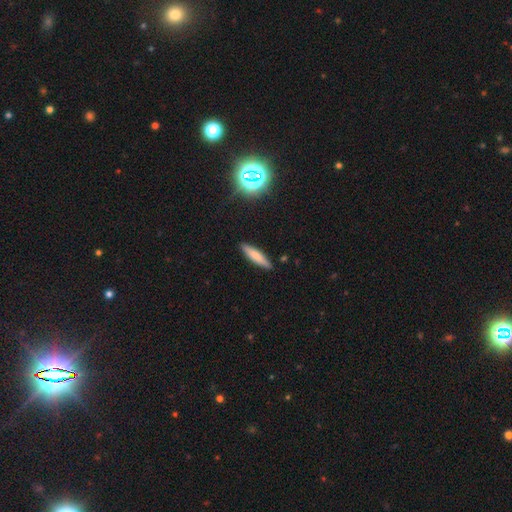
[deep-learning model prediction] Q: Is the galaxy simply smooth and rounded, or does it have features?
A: smooth — 74%.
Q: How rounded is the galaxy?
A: cigar-shaped — 79%.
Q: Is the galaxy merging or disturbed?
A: none — 88%.